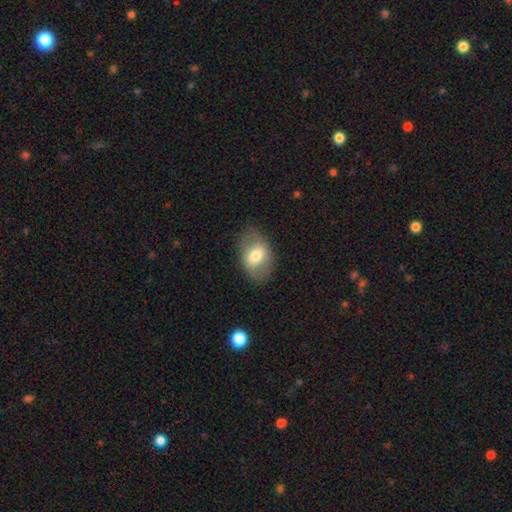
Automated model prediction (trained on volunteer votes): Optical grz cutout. It shows a smooth galaxy with no disk features (67%) that is in between round and cigar-shaped (82%). Merging: none (79%).